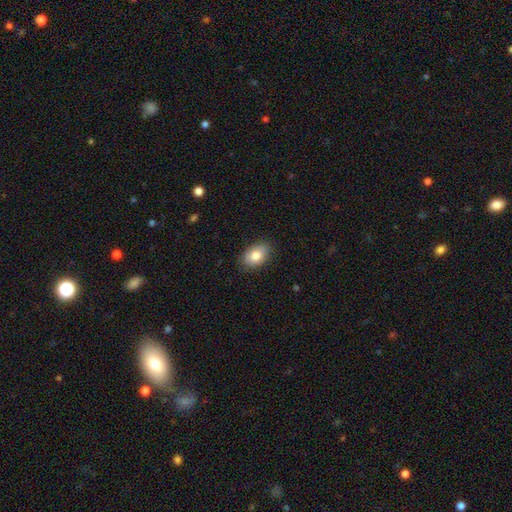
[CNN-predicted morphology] smooth_or_featured: smooth (p=0.83) [alt: featured or disk p=0.09]
how_rounded: in between (p=0.87) [alt: round p=0.12]
merging: none (p=0.85) [alt: minor disturbance p=0.11]